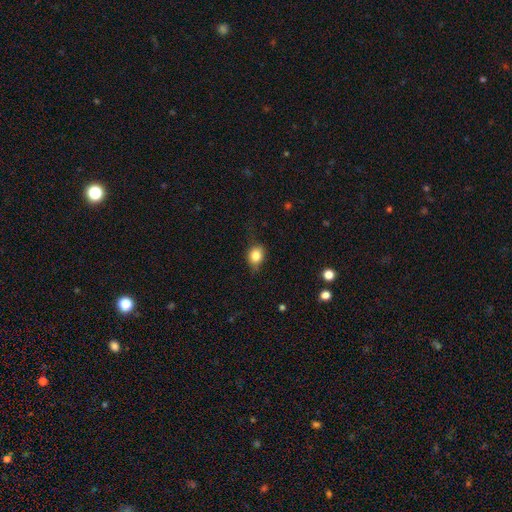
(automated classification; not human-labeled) Smooth or featured? smooth (79%)
How rounded? in between (54%)
Merging? none (67%)